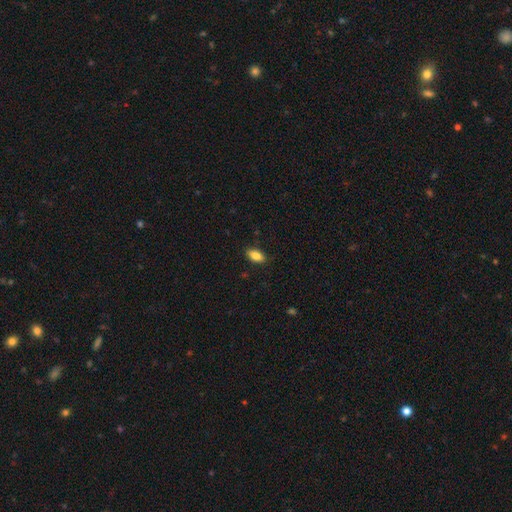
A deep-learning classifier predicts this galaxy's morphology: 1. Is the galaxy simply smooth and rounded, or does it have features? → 85% smooth, 8% star or artifact, 7% featured or disk.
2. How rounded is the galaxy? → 91% in between, 5% round, 4% cigar-shaped.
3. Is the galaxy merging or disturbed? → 86% none, 10% minor disturbance, 2% major disturbance, 1% merger.